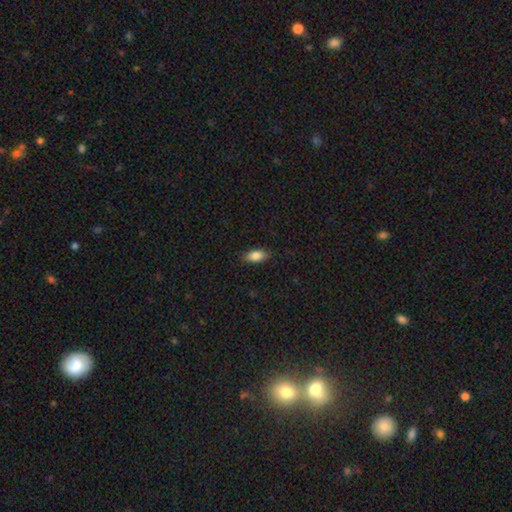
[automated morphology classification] Q: Smooth or featured?
A: smooth (86%); runner-up: star or artifact (7%)
Q: How rounded?
A: in between (89%); runner-up: cigar-shaped (7%)
Q: Merging?
A: none (86%); runner-up: minor disturbance (11%)